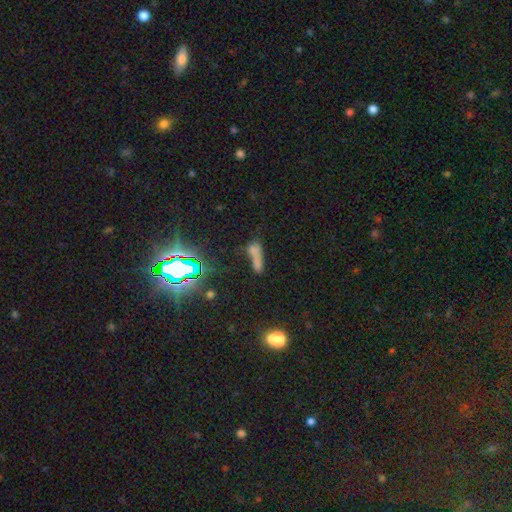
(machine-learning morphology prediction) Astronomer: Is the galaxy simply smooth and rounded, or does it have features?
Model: smooth — 57%.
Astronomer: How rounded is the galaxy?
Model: cigar-shaped — 56% (runner-up: in between, 36%).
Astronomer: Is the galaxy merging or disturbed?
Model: none — 40% (runner-up: merger, 31%).